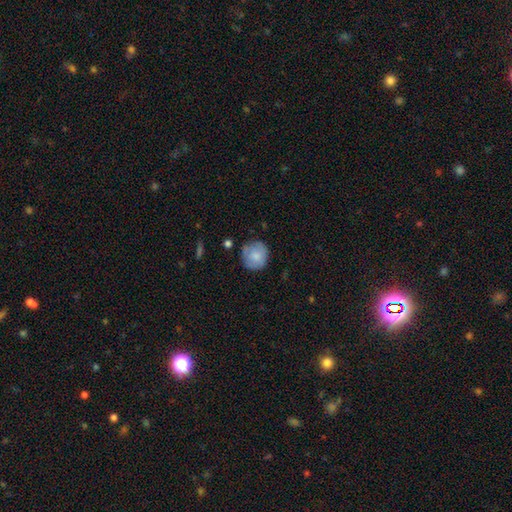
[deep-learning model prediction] Smooth or featured? smooth (77%)
How rounded? round (90%)
Merging? none (78%)